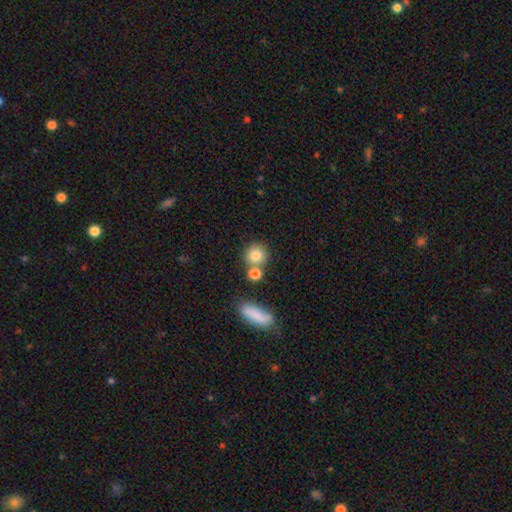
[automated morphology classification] The model was most divided on "merging": none: 65%, merger: 22%, minor disturbance: 9%, major disturbance: 3%. More confident: how rounded — round (87%); smooth or featured — smooth (79%).